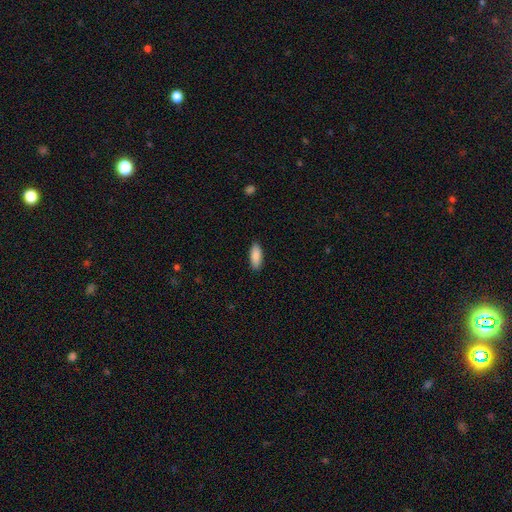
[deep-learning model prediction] Smooth or featured?
  - smooth: 90% *
  - star or artifact: 6%
  - featured or disk: 4%
How rounded?
  - in between: 80% *
  - cigar-shaped: 18%
  - round: 2%
Merging?
  - none: 89% *
  - minor disturbance: 8%
  - major disturbance: 2%
  - merger: 1%